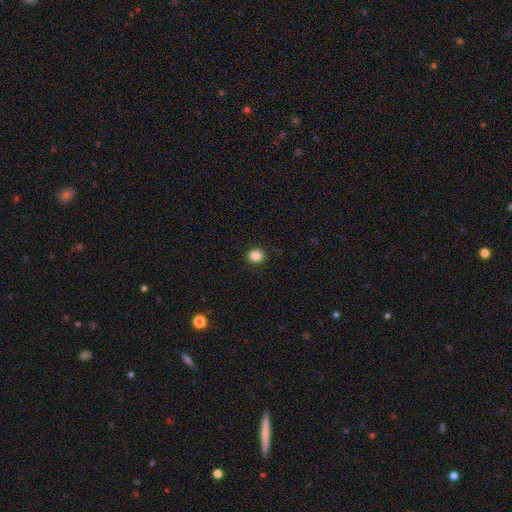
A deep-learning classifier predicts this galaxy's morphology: Q: Smooth or featured?
A: smooth (85%); runner-up: star or artifact (11%)
Q: How rounded?
A: round (83%); runner-up: in between (16%)
Q: Merging?
A: none (91%); runner-up: minor disturbance (6%)